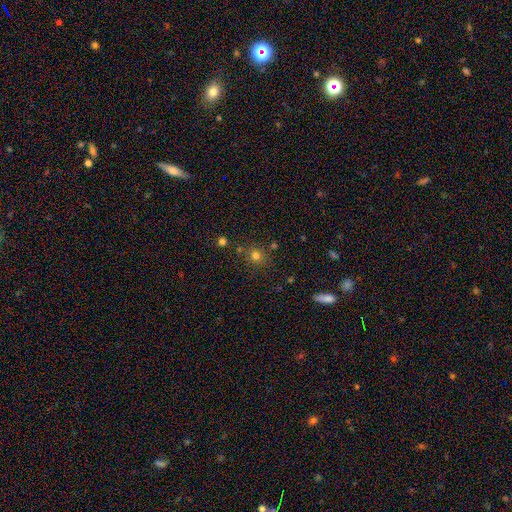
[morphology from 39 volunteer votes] Overall: smooth (85%). How rounded: round (97%). Merging: none (61%).